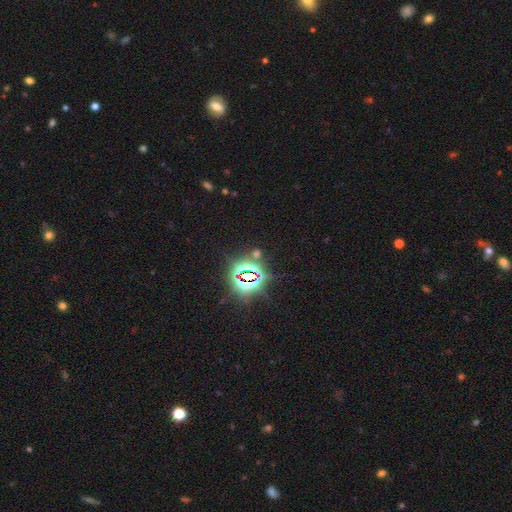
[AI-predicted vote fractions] A star or artifact, not a galaxy (83%).

Vote fractions:
- Smooth or featured? star or artifact: 83% / smooth: 10% / featured or disk: 7%